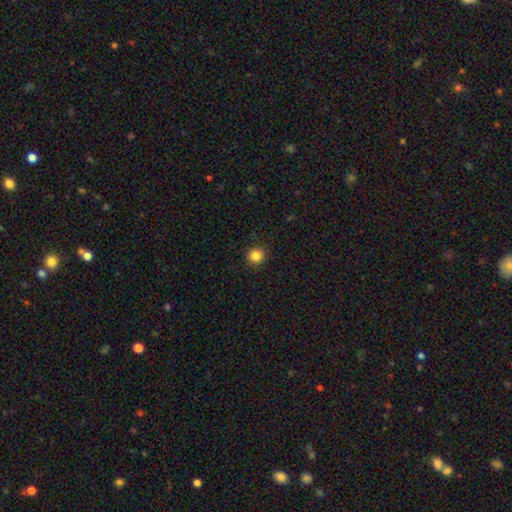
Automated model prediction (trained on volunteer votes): Smooth or featured? Predicted: smooth (p=0.85). How rounded? Predicted: round (p=0.94). Merging? Predicted: none (p=0.91).